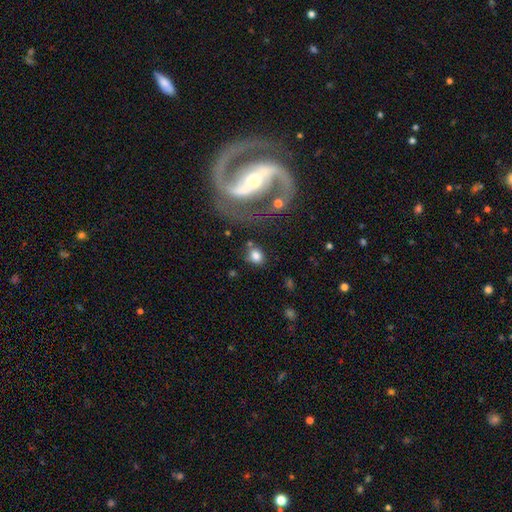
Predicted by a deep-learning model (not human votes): Smooth or featured? smooth (76%)
How rounded? round (57%)
Merging? none (67%)